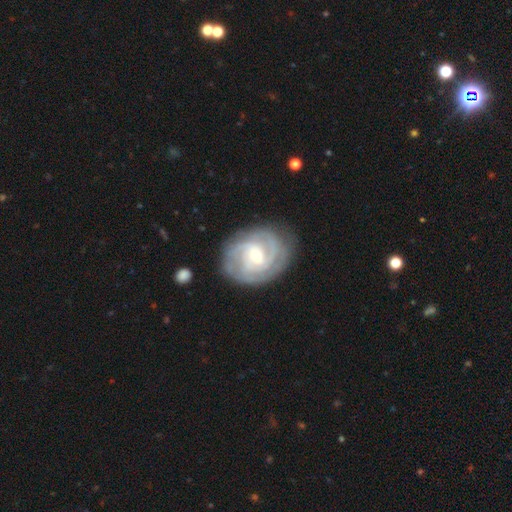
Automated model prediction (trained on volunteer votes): A featured or disk galaxy (87%) with a weak bar (49%), 3 (30%) tight (66%) spiral arms (97%) and a small central bulge (50%).

Vote fractions:
- Smooth or featured? featured or disk: 87% / smooth: 9% / star or artifact: 5%
- Edge-on disk? no: 98% / yes: 2%
- Bar? weak: 49% / no: 38% / strong: 13%
- Spiral arms? yes: 97% / no: 3%
- Spiral winding? tight: 66% / medium: 28% / loose: 6%
- Spiral arm count? 3: 30% / can't tell: 24% / 2: 22% / 4: 14% / more than 4: 5% / 1: 5%
- Bulge size? small: 50% / moderate: 47% / large: 2% / none: 1% / dominant: 1%
- Merging? none: 80% / minor disturbance: 14% / major disturbance: 5% / merger: 1%